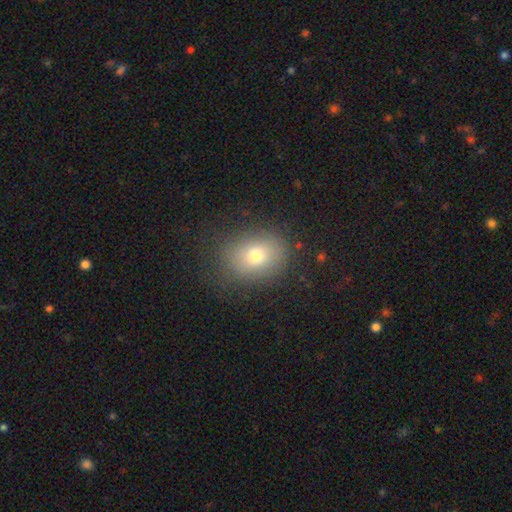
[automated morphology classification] Smooth or featured?
  - smooth: 73% *
  - featured or disk: 14%
  - star or artifact: 14%
How rounded?
  - in between: 50% *
  - round: 49%
  - cigar-shaped: 1%
Merging?
  - none: 80% *
  - minor disturbance: 13%
  - major disturbance: 6%
  - merger: 1%